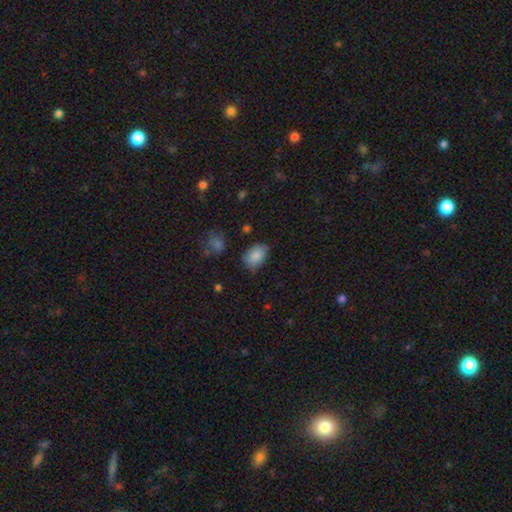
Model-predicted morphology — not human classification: The model was most divided on "merging": none: 72%, minor disturbance: 22%, major disturbance: 4%, merger: 2%. More confident: smooth or featured — smooth (86%); how rounded — in between (86%).